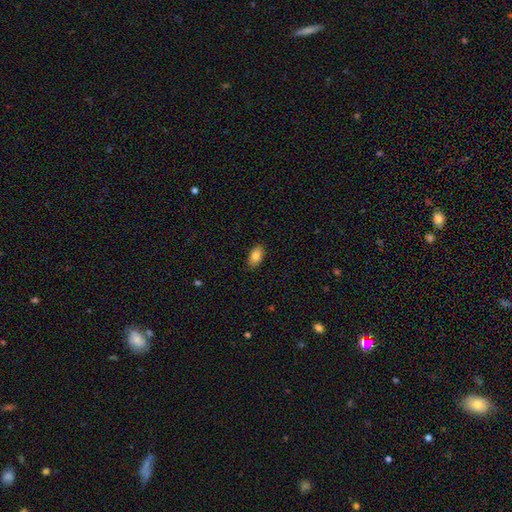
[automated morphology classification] Smooth or featured: smooth — 82% (featured or disk — 11%)
How rounded: in between — 92% (round — 5%)
Merging: none — 88% (minor disturbance — 9%)